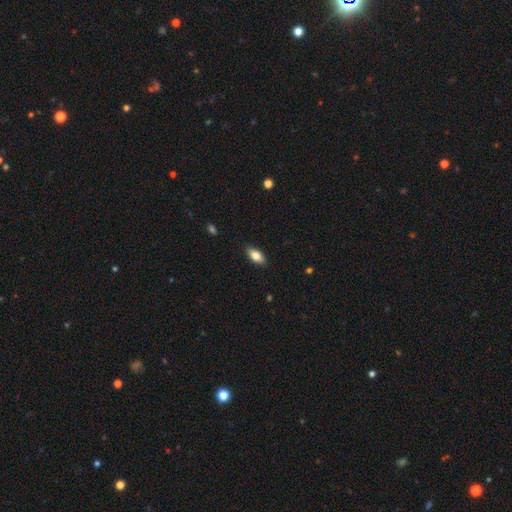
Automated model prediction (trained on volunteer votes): Smooth or featured? smooth (82%)
How rounded? in between (89%)
Merging? none (88%)